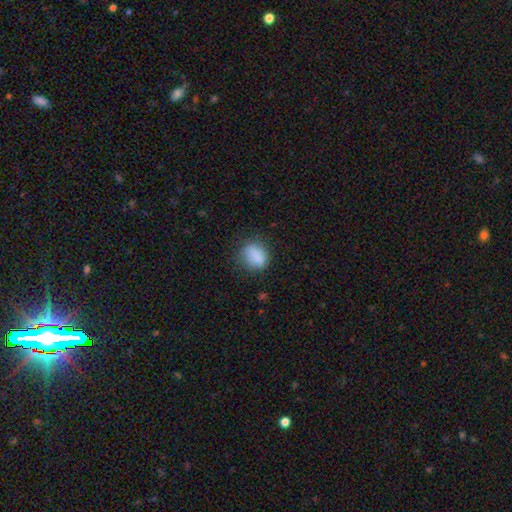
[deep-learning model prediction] This appears to be a smooth galaxy with no disk features (84%) that is in between round and cigar-shaped (53%). Merging: none (70%).